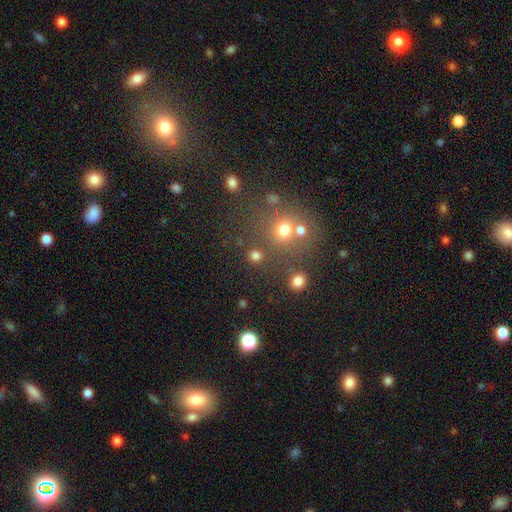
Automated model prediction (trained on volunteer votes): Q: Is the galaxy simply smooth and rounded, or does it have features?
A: smooth — 77%.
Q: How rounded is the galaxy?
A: round — 87%.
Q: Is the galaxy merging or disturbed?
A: none — 77%.